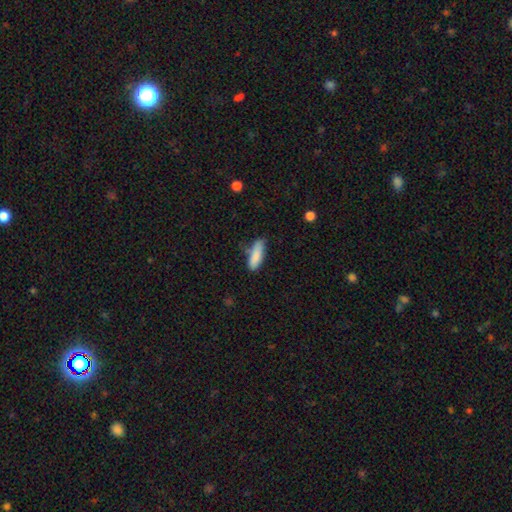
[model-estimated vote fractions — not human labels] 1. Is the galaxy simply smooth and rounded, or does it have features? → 86% smooth, 8% featured or disk, 6% star or artifact.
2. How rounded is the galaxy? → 51% in between, 47% cigar-shaped, 2% round.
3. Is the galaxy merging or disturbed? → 61% none, 28% minor disturbance, 7% major disturbance, 4% merger.